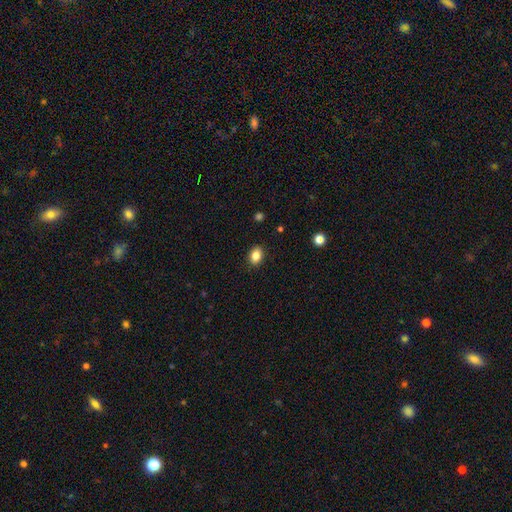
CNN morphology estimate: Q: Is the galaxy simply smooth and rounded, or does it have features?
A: smooth — 84%.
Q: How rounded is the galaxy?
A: in between — 69%.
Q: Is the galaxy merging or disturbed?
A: none — 89%.